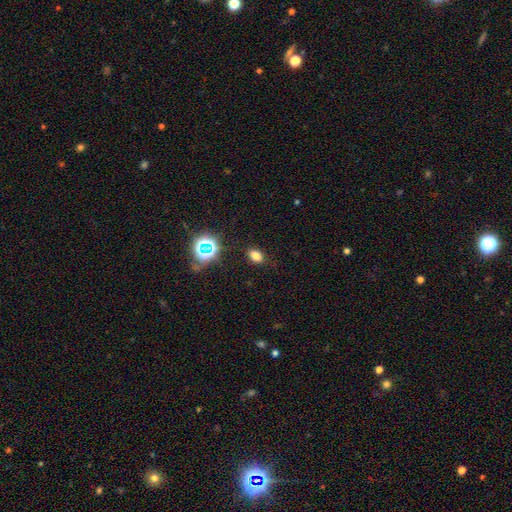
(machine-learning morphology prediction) smooth 74%, star or artifact 20%, featured or disk 6%. Down the decision tree: how rounded — in between (75%); merging — none (85%).